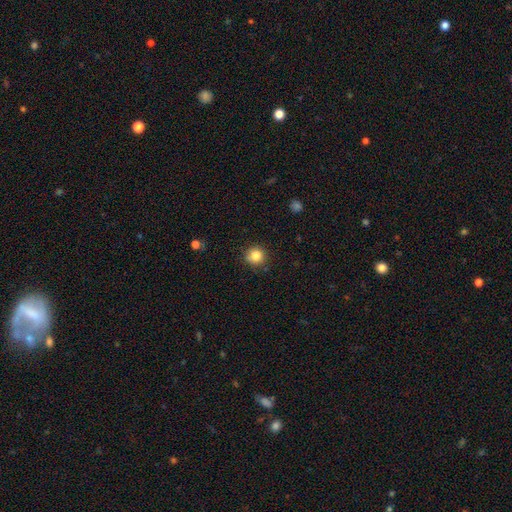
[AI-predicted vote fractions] Q: Smooth or featured?
A: smooth (84%); runner-up: star or artifact (11%)
Q: How rounded?
A: round (92%); runner-up: in between (7%)
Q: Merging?
A: none (86%); runner-up: minor disturbance (10%)